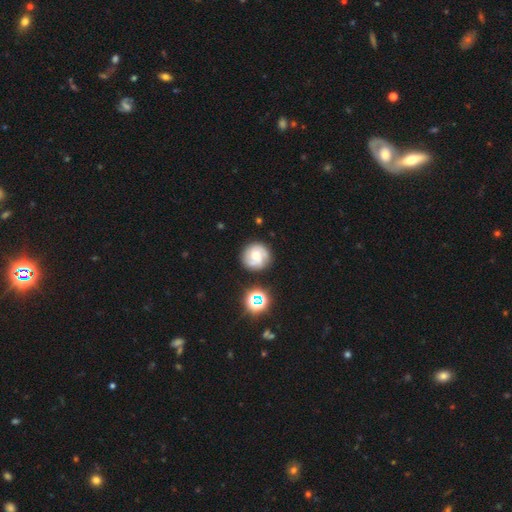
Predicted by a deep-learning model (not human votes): The model was most divided on "bulge size": moderate: 51%, small: 42%, large: 3%, none: 2%, dominant: 1%. More confident: edge-on disk — no (98%); spiral arms — yes (85%); merging — none (80%); bar — no (72%); smooth or featured — featured or disk (52%).